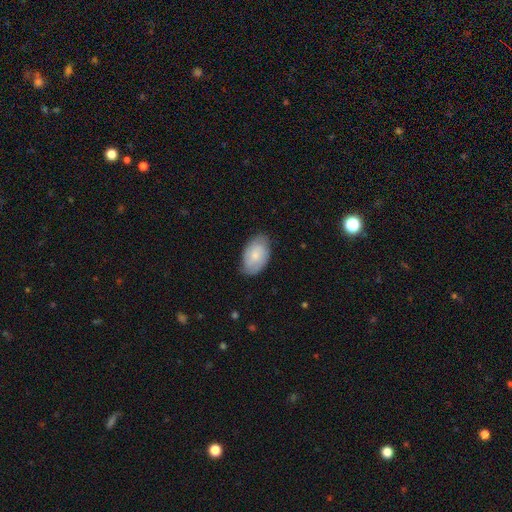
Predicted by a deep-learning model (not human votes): This appears to be a smooth galaxy with no disk features (68%) that is in between round and cigar-shaped (92%). Merging: none (75%).